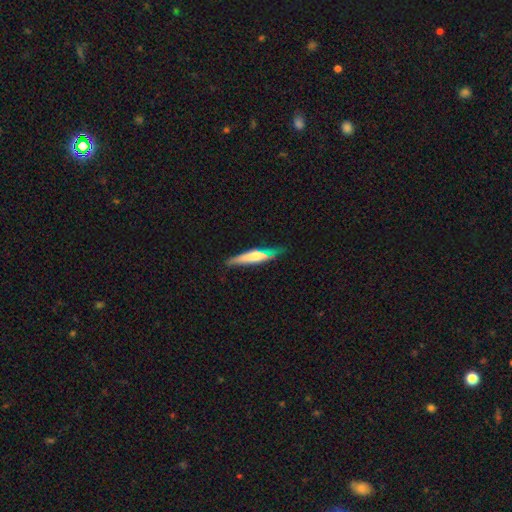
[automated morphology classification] smooth_or_featured: smooth (p=0.55) [alt: featured or disk p=0.39]
how_rounded: cigar-shaped (p=0.80) [alt: in between p=0.18]
merging: none (p=0.67) [alt: minor disturbance p=0.23]